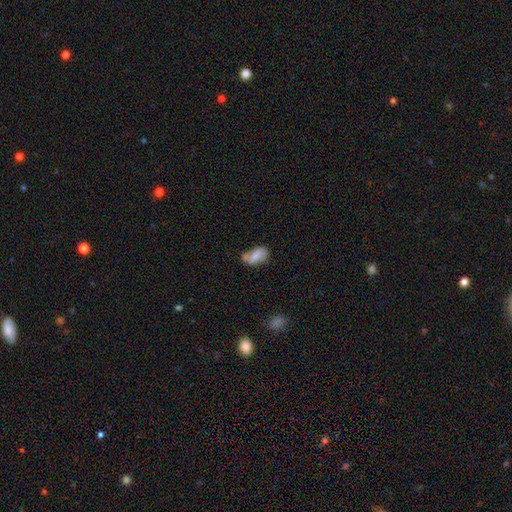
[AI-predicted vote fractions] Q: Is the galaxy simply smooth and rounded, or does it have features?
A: smooth — 59%.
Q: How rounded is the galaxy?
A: in between — 90%.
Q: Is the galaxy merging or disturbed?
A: none — 47%.